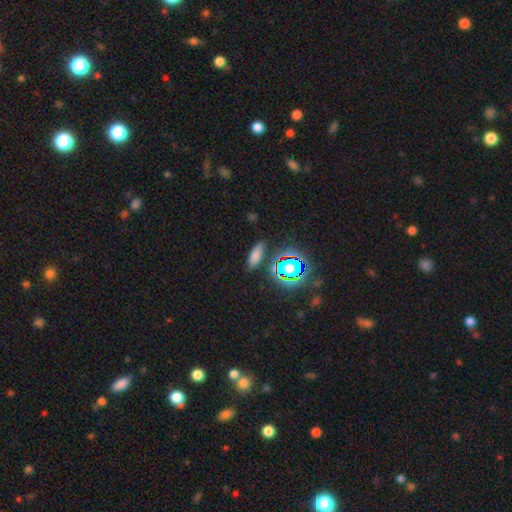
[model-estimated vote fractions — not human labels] Smooth or featured? smooth (69%)
How rounded? in between (65%)
Merging? none (83%)